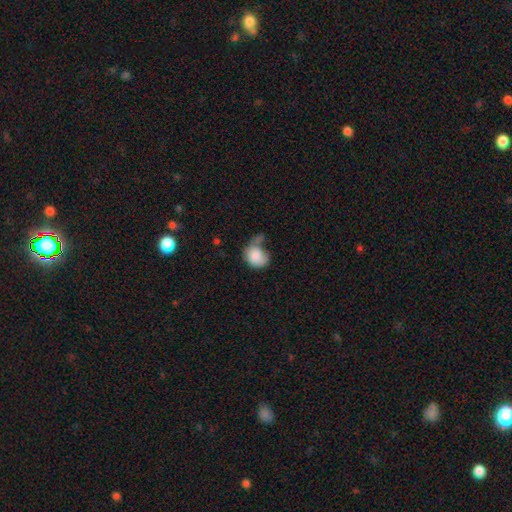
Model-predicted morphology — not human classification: smooth_or_featured: smooth (p=0.84) [alt: featured or disk p=0.09]
how_rounded: round (p=0.54) [alt: in between p=0.45]
merging: none (p=0.28) [alt: merger p=0.25]